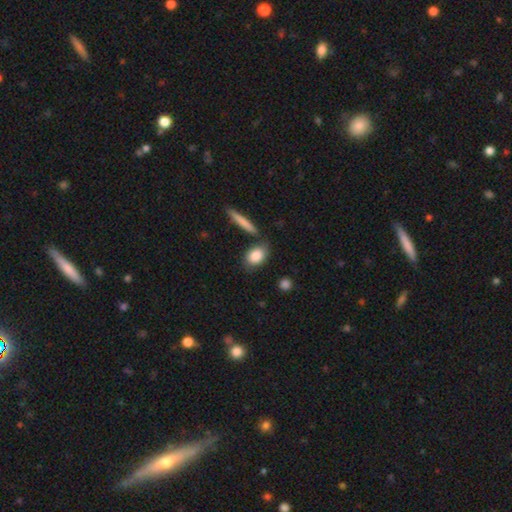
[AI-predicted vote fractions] smooth_or_featured: smooth (p=0.84) [alt: featured or disk p=0.09]
how_rounded: in between (p=0.74) [alt: round p=0.18]
merging: none (p=0.71) [alt: minor disturbance p=0.14]